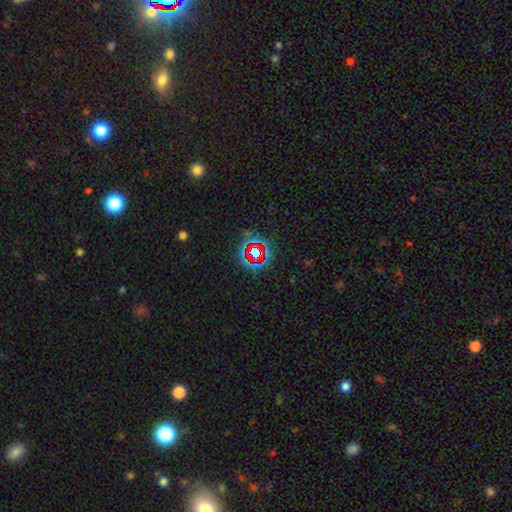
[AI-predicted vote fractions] The model was most divided on "smooth or featured": star or artifact: 73%, smooth: 16%, featured or disk: 11%.